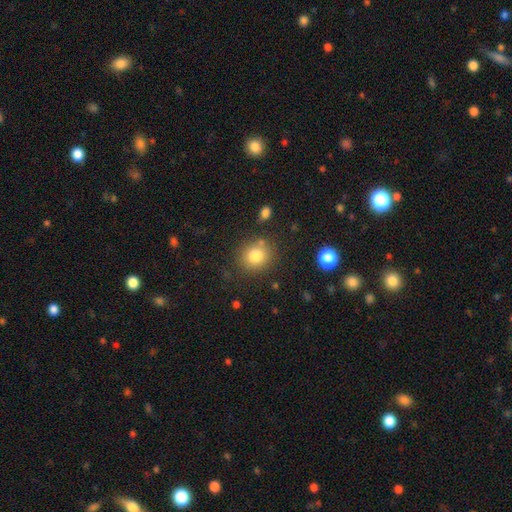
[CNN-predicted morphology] A smooth galaxy with no disk features (81%) that is round (80%). Merging: none (79%).